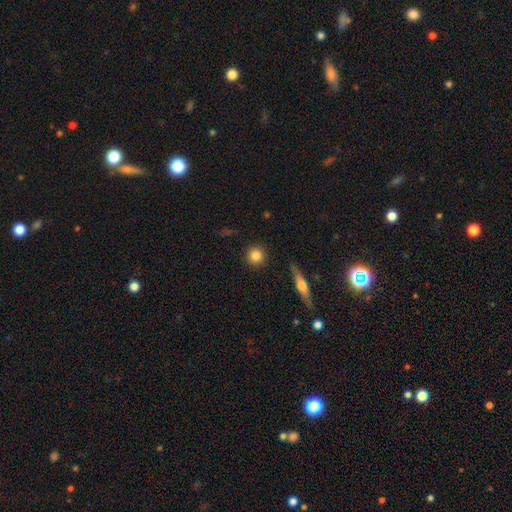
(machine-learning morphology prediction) Smooth or featured? smooth (84%)
How rounded? round (93%)
Merging? none (90%)